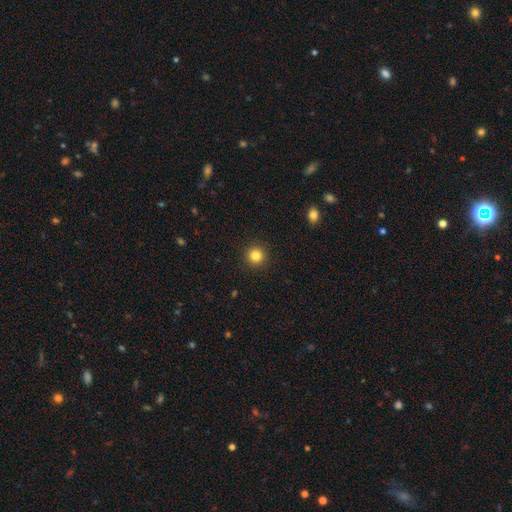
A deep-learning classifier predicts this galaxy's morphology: Q: Smooth or featured?
A: smooth (84%); runner-up: star or artifact (12%)
Q: How rounded?
A: round (95%); runner-up: in between (4%)
Q: Merging?
A: none (93%); runner-up: minor disturbance (5%)